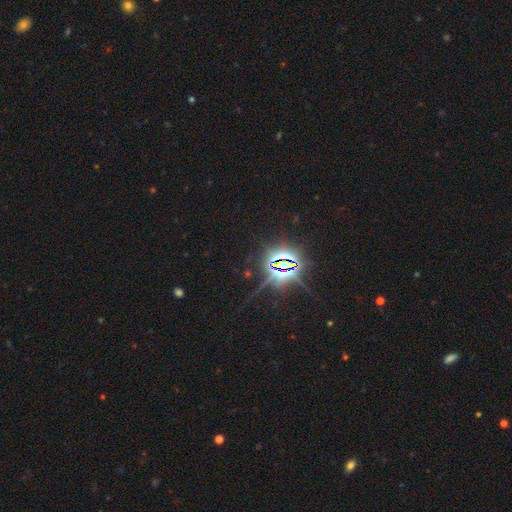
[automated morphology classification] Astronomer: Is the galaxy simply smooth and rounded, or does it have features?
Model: star or artifact — 85%.